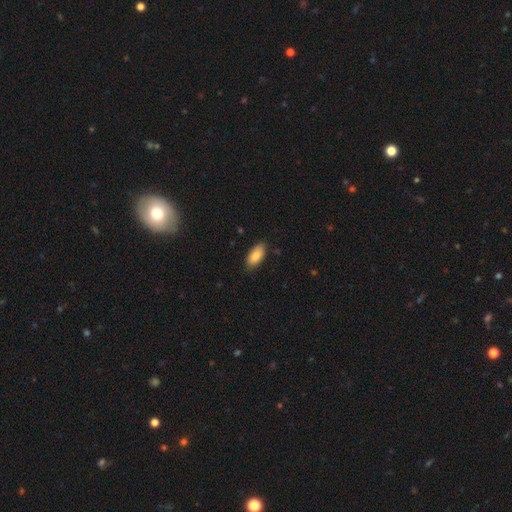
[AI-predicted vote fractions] smooth 86%, featured or disk 7%, star or artifact 7%. Down the decision tree: how rounded — in between (91%); merging — none (84%).